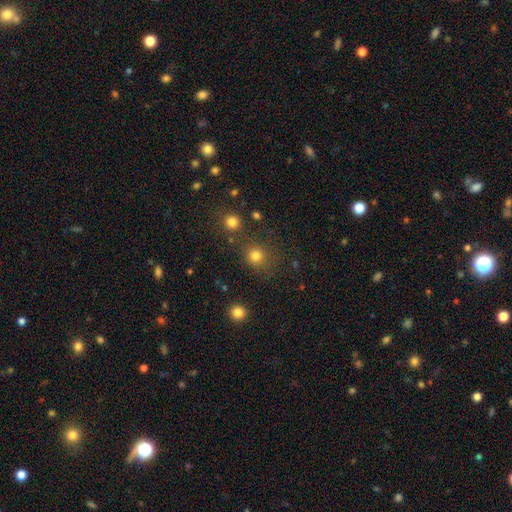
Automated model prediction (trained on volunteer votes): Smooth or featured? Predicted: smooth (p=0.80). How rounded? Predicted: round (p=0.88). Merging? Predicted: none (p=0.76).